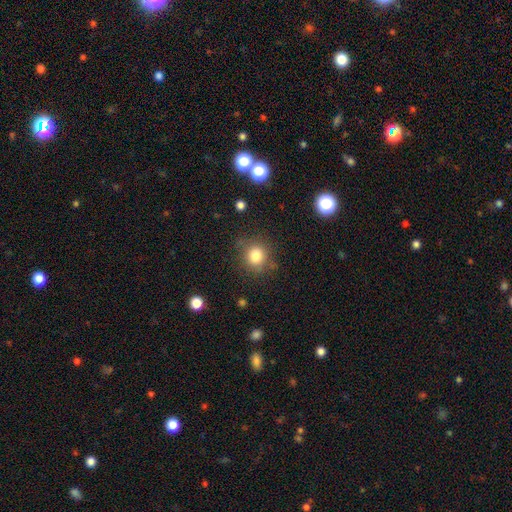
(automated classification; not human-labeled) Smooth or featured: smooth — 81% (star or artifact — 12%)
How rounded: round — 82% (in between — 17%)
Merging: none — 79% (minor disturbance — 14%)